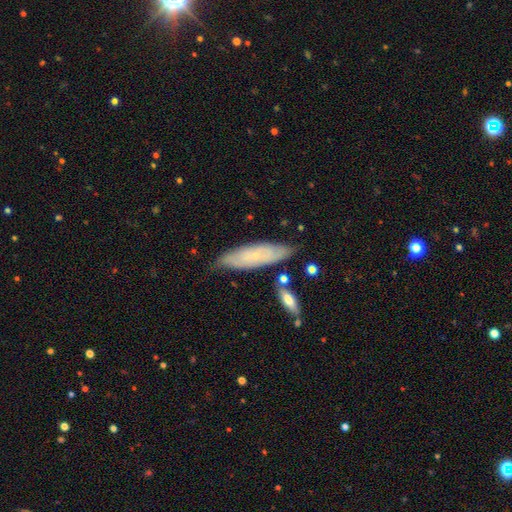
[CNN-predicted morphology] The model was most divided on "how rounded": cigar-shaped: 55%, in between: 43%, round: 2%. More confident: merging — none (75%); smooth or featured — smooth (53%).